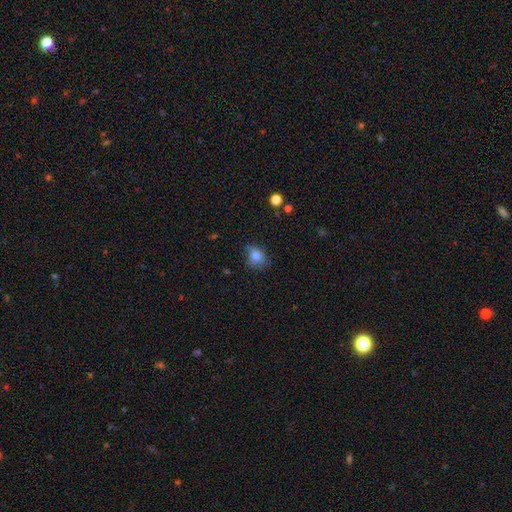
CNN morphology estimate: Q: Smooth or featured?
A: smooth (82%); runner-up: star or artifact (10%)
Q: How rounded?
A: round (53%); runner-up: in between (46%)
Q: Merging?
A: none (61%); runner-up: minor disturbance (29%)